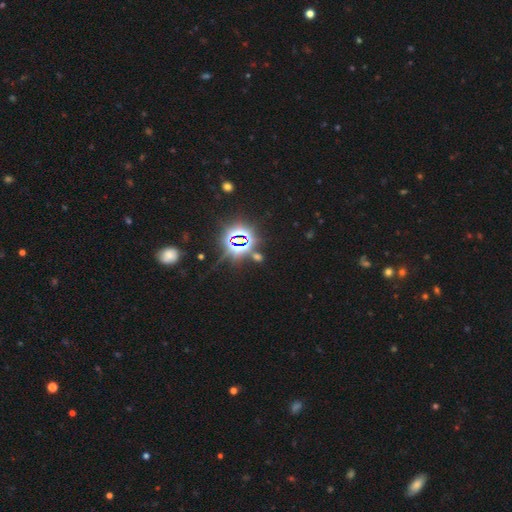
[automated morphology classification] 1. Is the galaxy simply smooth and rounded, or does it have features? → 82% star or artifact, 10% smooth, 7% featured or disk.